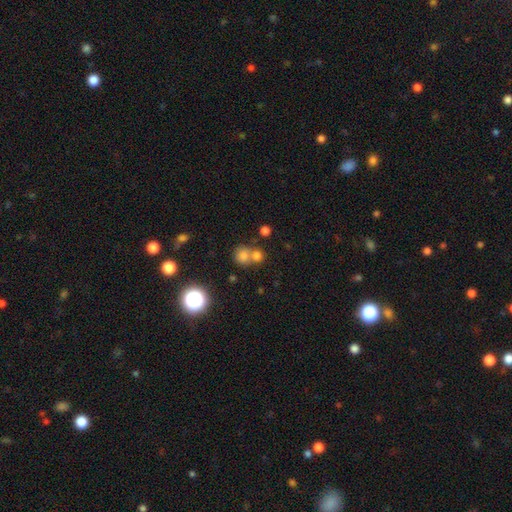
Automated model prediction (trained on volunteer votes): smooth_or_featured: smooth (p=0.72) [alt: star or artifact p=0.19]
how_rounded: round (p=0.85) [alt: in between p=0.14]
merging: none (p=0.47) [alt: merger p=0.44]